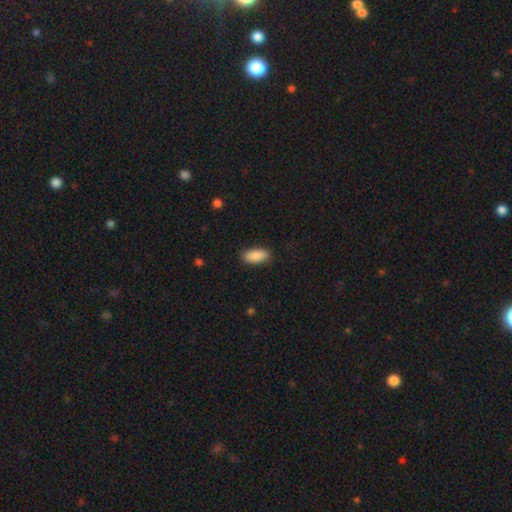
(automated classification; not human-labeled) smooth 89%, star or artifact 6%, featured or disk 5%. Down the decision tree: how rounded — in between (89%); merging — none (86%).